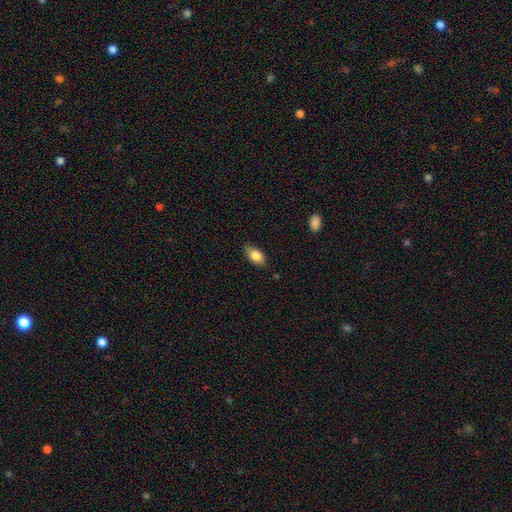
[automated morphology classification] A smooth galaxy with no disk features (84%) that is in between round and cigar-shaped (91%). Merging: none (81%).